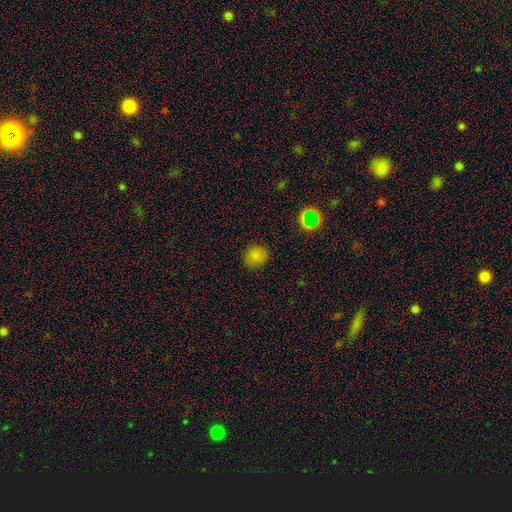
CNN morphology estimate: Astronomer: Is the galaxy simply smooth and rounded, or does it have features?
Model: smooth — 80%.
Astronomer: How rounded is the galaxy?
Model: round — 84%.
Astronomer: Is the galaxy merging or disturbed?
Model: none — 87%.